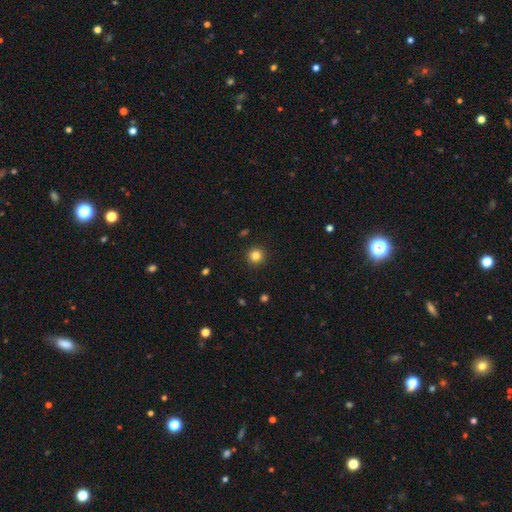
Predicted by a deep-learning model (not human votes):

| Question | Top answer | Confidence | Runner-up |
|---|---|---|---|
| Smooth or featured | smooth | 83% | star or artifact (12%) |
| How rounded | round | 95% | in between (4%) |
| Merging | none | 92% | minor disturbance (5%) |